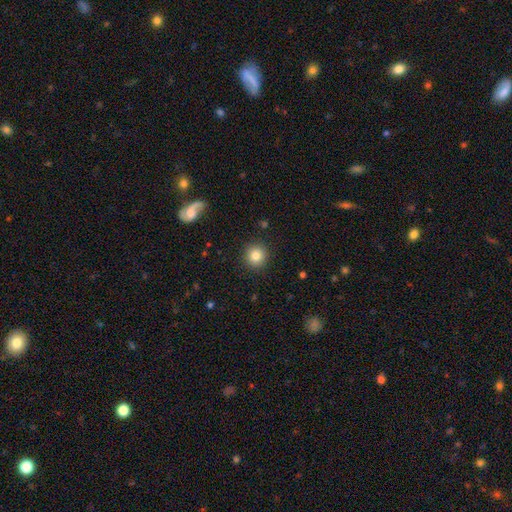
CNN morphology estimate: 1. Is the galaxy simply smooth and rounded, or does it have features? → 83% smooth, 10% star or artifact, 7% featured or disk.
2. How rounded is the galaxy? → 92% round, 7% in between, 1% cigar-shaped.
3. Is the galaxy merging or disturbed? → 91% none, 6% minor disturbance, 2% major disturbance, 1% merger.